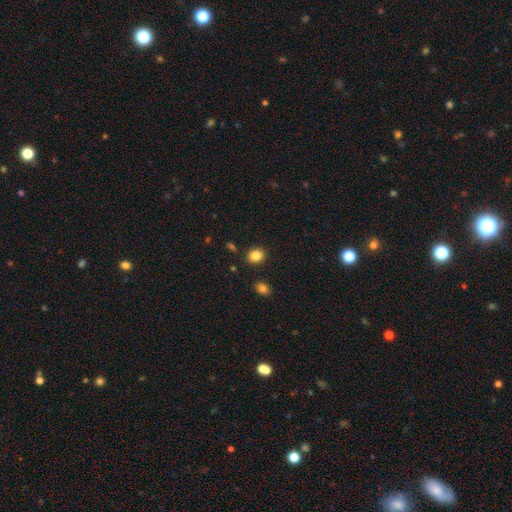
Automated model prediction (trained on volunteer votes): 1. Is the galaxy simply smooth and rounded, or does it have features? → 86% smooth, 10% star or artifact, 4% featured or disk.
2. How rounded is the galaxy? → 55% round, 44% in between, 1% cigar-shaped.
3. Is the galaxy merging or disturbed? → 87% none, 8% minor disturbance, 3% merger, 2% major disturbance.